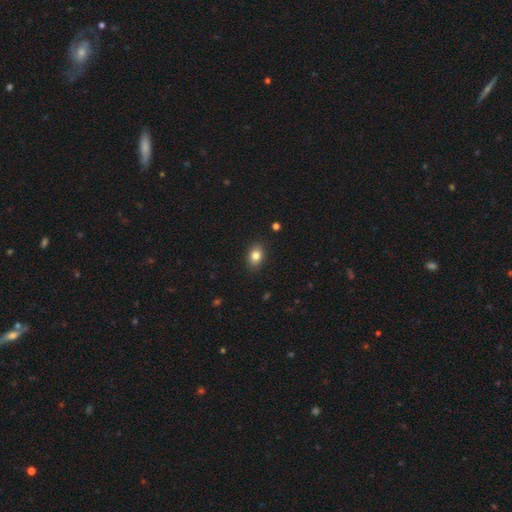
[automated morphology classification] Smooth or featured: smooth — 81% (star or artifact — 10%)
How rounded: in between — 76% (round — 22%)
Merging: none — 88% (minor disturbance — 9%)